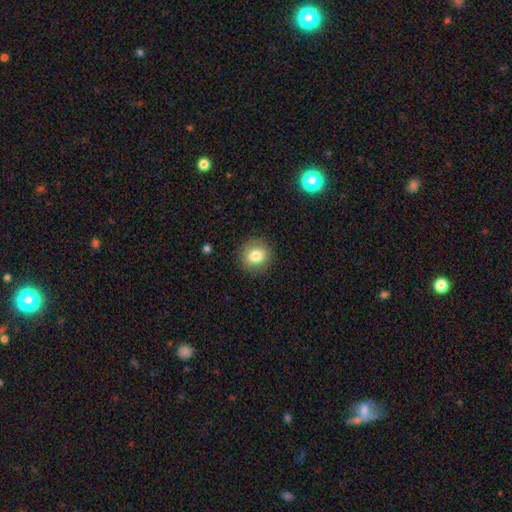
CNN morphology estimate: Q: Smooth or featured?
A: smooth (81%); runner-up: star or artifact (10%)
Q: How rounded?
A: round (87%); runner-up: in between (12%)
Q: Merging?
A: none (89%); runner-up: minor disturbance (7%)